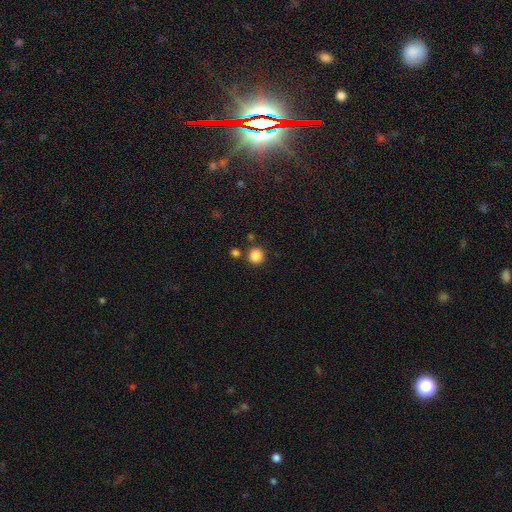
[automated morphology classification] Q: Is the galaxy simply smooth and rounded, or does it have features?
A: smooth — 86%.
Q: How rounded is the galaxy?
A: round — 93%.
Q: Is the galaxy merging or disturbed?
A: none — 82%.